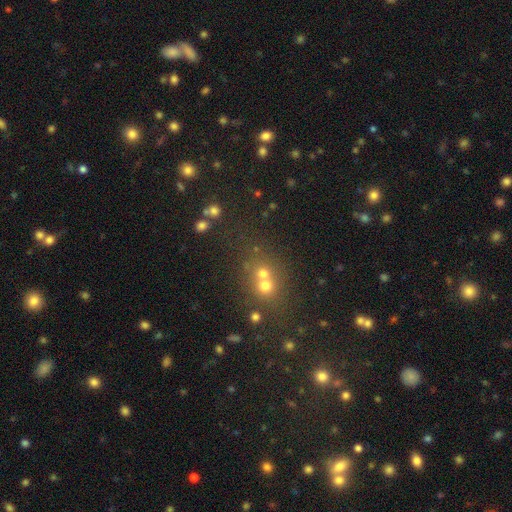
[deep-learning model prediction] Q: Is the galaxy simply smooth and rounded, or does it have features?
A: smooth — 50%.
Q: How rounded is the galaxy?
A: round — 80%.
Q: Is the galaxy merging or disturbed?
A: none — 51%.